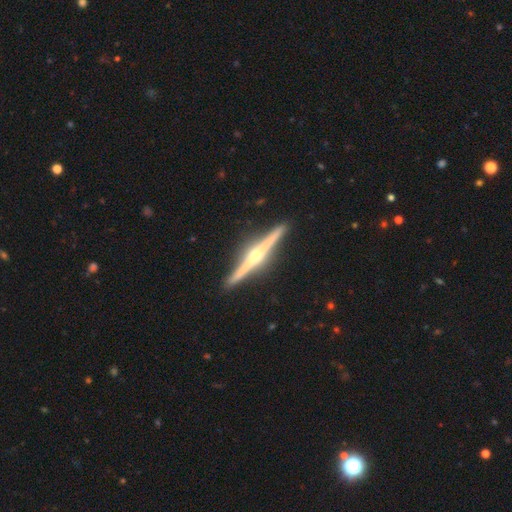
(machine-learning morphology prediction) Smooth or featured? Predicted: featured or disk (p=0.87). Edge-on disk? Predicted: yes (p=0.99). Edge-on bulge? Predicted: rounded (p=0.93). Merging? Predicted: none (p=0.92).